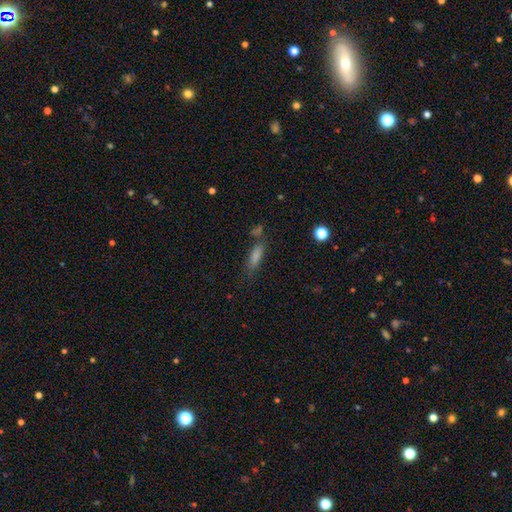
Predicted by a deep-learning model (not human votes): Smooth or featured?
  - smooth: 64% *
  - star or artifact: 18%
  - featured or disk: 18%
How rounded?
  - cigar-shaped: 58% *
  - in between: 38%
  - round: 4%
Merging?
  - none: 63% *
  - minor disturbance: 17%
  - merger: 13%
  - major disturbance: 7%